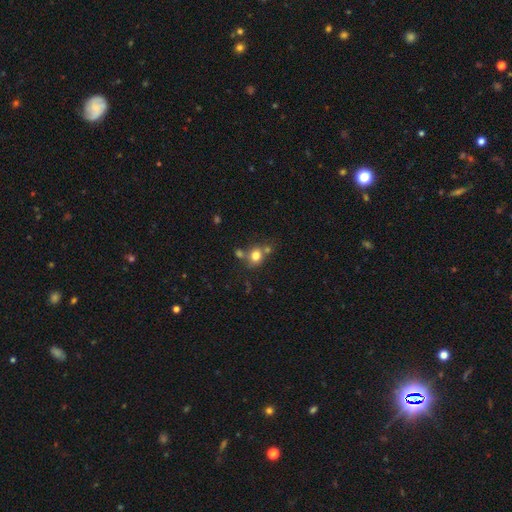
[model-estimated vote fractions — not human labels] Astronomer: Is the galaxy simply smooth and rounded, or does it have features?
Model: smooth — 77%.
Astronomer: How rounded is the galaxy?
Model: round — 73%.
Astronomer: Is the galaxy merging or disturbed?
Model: none — 57%.